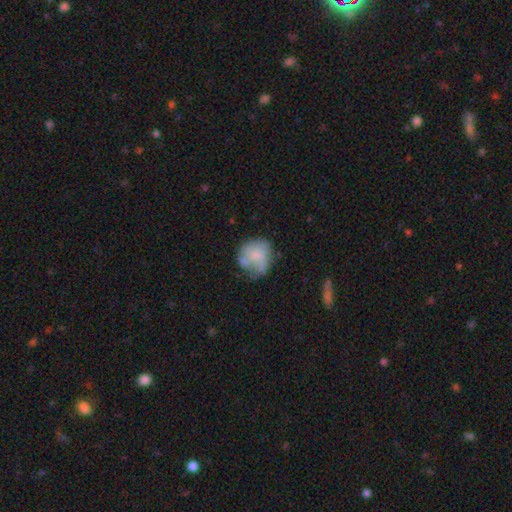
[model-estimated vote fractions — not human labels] Smooth or featured?
  - smooth: 53% *
  - featured or disk: 39%
  - star or artifact: 8%
How rounded?
  - round: 73% *
  - in between: 26%
  - cigar-shaped: 1%
Merging?
  - none: 45% *
  - minor disturbance: 27%
  - major disturbance: 20%
  - merger: 9%